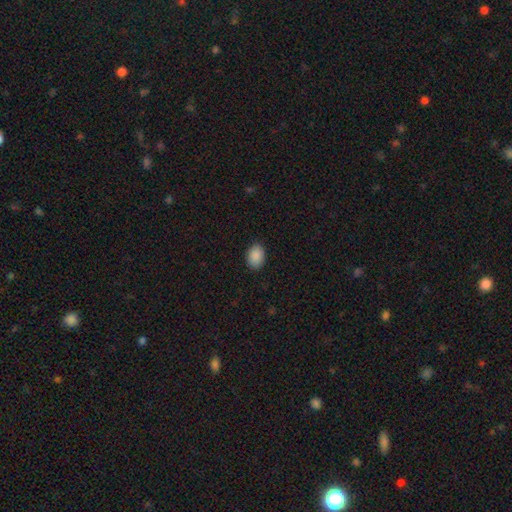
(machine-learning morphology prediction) smooth_or_featured: smooth (p=0.90) [alt: star or artifact p=0.07]
how_rounded: in between (p=0.79) [alt: round p=0.20]
merging: none (p=0.87) [alt: minor disturbance p=0.10]